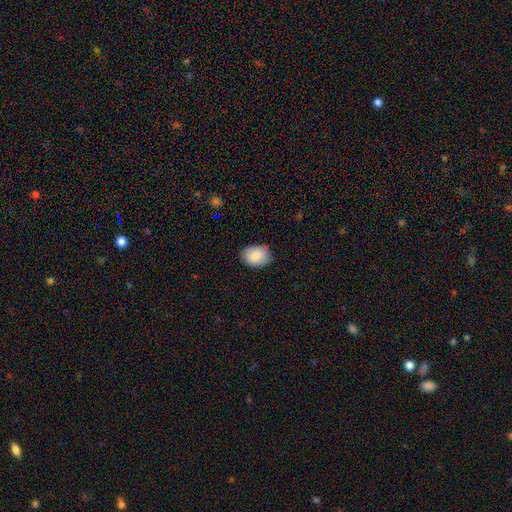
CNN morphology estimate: type=smooth (87%); roundness=in between (73%); merging=none (81%).